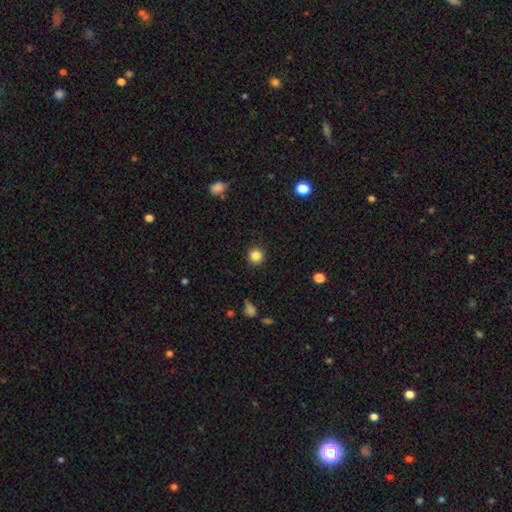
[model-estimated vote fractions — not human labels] The model was most divided on "smooth or featured": smooth: 84%, star or artifact: 11%, featured or disk: 4%. More confident: how rounded — round (94%); merging — none (91%).